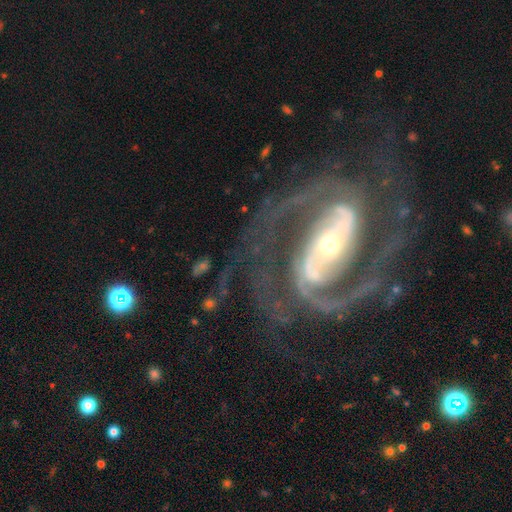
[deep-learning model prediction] Smooth or featured?
  - featured or disk: 93% *
  - star or artifact: 4%
  - smooth: 3%
Edge-on disk?
  - no: 97% *
  - yes: 3%
Bar?
  - strong: 56% *
  - weak: 25%
  - no: 19%
Spiral arms?
  - yes: 98% *
  - no: 2%
Spiral winding?
  - medium: 57% *
  - tight: 30%
  - loose: 13%
Spiral arm count?
  - 2: 88% *
  - 3: 4%
  - can't tell: 3%
  - 1: 2%
  - 4: 2%
  - more than 4: 2%
Bulge size?
  - small: 52% *
  - moderate: 40%
  - large: 5%
  - dominant: 1%
  - none: 1%
Merging?
  - none: 69% *
  - minor disturbance: 14%
  - major disturbance: 14%
  - merger: 2%